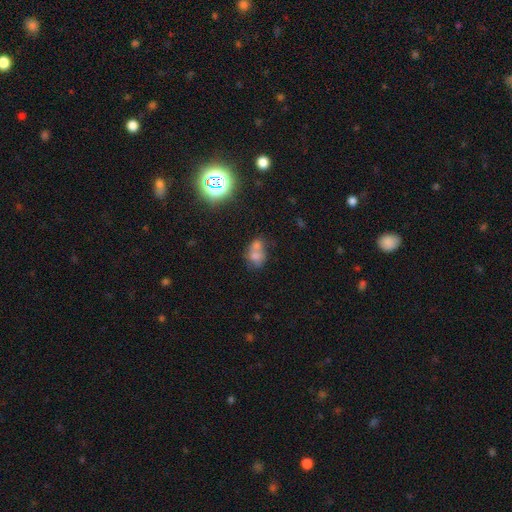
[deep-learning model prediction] Q: Smooth or featured?
A: smooth (65%); runner-up: featured or disk (19%)
Q: How rounded?
A: in between (56%); runner-up: round (42%)
Q: Merging?
A: merger (59%); runner-up: none (26%)